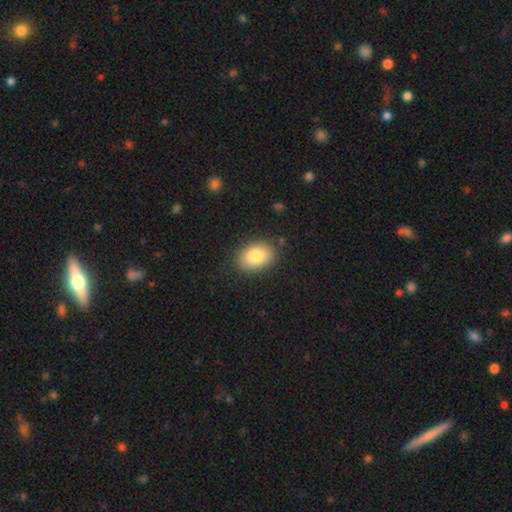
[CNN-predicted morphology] Smooth or featured? Predicted: smooth (p=0.85). How rounded? Predicted: in between (p=0.82). Merging? Predicted: none (p=0.85).